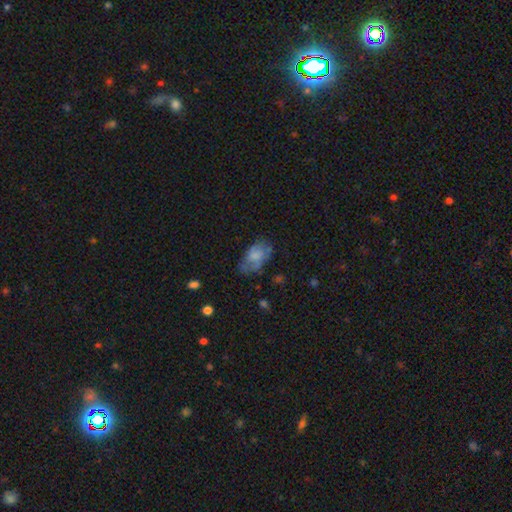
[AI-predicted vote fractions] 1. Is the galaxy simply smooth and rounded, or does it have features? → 56% smooth, 36% featured or disk, 8% star or artifact.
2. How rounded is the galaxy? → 92% in between, 7% round, 2% cigar-shaped.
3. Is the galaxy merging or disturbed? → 52% none, 29% minor disturbance, 16% major disturbance, 2% merger.